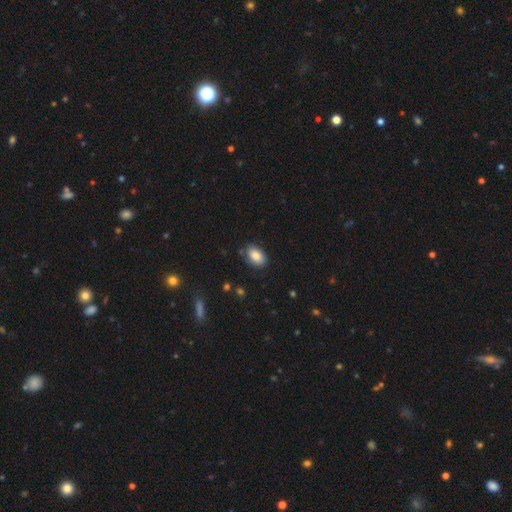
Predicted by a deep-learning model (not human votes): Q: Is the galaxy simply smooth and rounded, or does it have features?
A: smooth — 85%.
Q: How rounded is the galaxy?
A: in between — 91%.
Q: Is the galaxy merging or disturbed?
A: none — 82%.